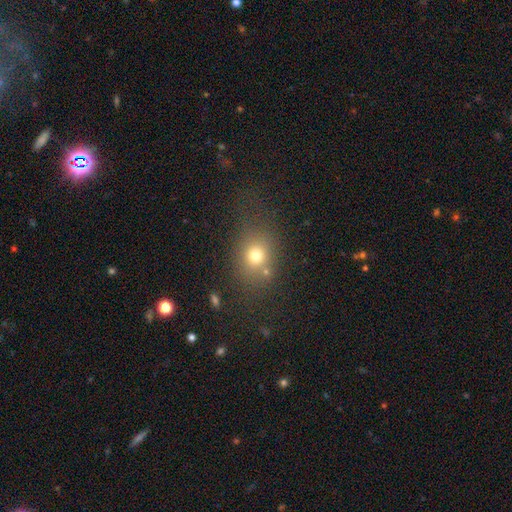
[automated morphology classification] The model was most divided on "how rounded": round: 57%, in between: 41%, cigar-shaped: 1%. More confident: smooth or featured — smooth (73%); merging — none (66%).